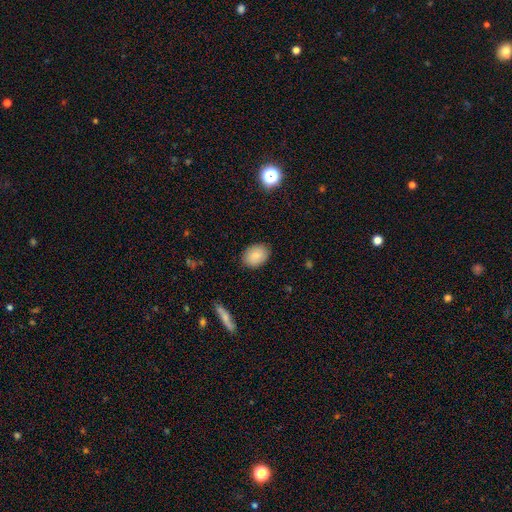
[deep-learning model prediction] A smooth galaxy with no disk features (83%) that is in between round and cigar-shaped (70%). Merging: none (86%).